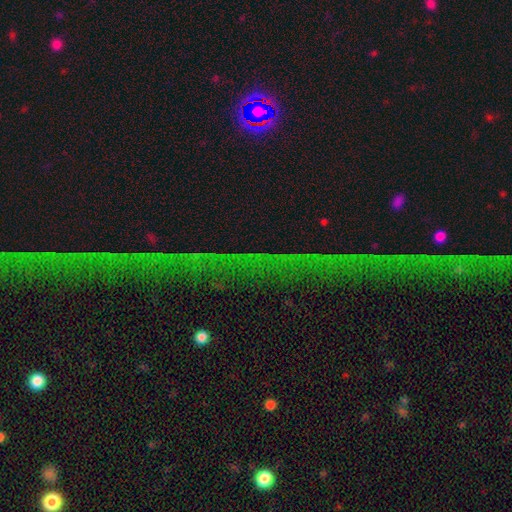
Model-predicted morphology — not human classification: type=star or artifact (83%).